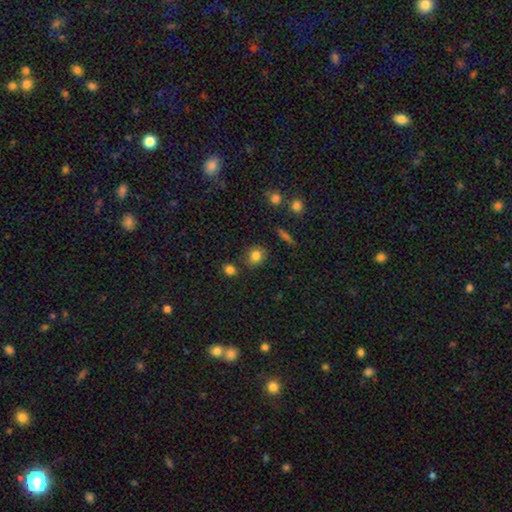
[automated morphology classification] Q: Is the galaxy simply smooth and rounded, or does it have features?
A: smooth — 82%.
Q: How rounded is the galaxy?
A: round — 70%.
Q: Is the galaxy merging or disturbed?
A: none — 79%.